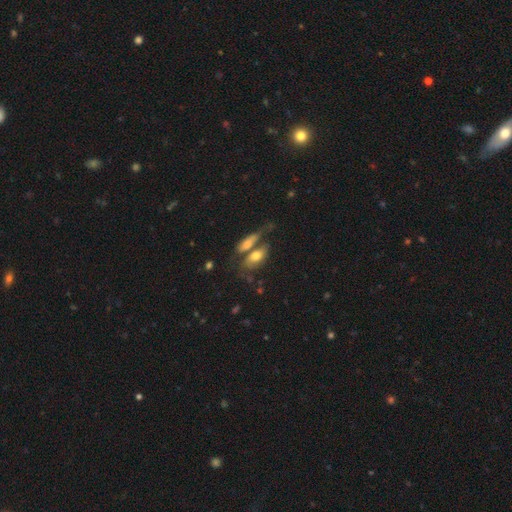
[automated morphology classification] smooth-or-featured: smooth: 66% | featured or disk: 27% | star or artifact: 7%
  how-rounded: in between: 80% | cigar-shaped: 15% | round: 5%
  merging: merger: 41% | none: 38% | minor disturbance: 14% | major disturbance: 8%